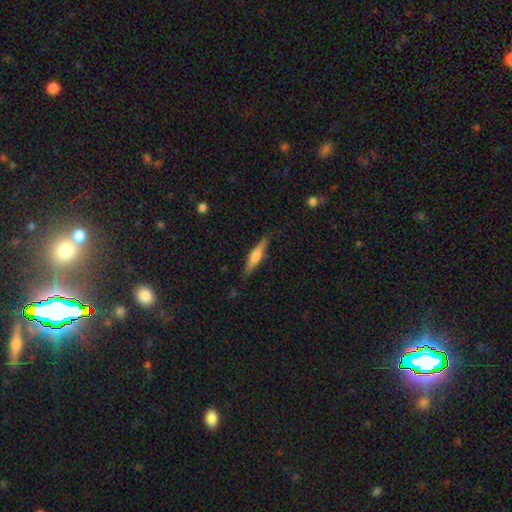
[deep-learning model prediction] This appears to be a smooth galaxy with no disk features (48%). Merging: none (85%).